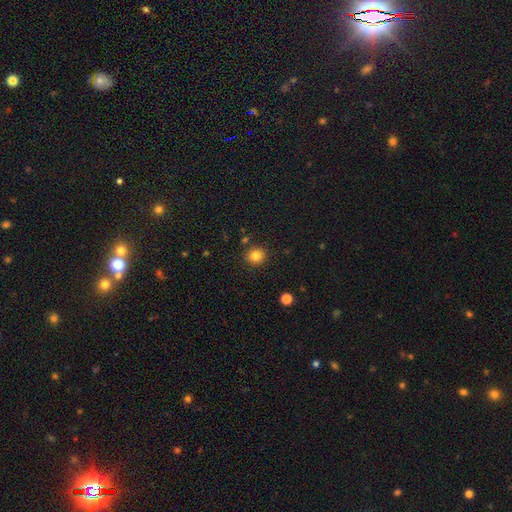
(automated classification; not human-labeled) A smooth galaxy with no disk features (82%) that is round (85%).

Vote fractions:
- Smooth or featured? smooth: 82% / star or artifact: 12% / featured or disk: 6%
- How rounded? round: 85% / in between: 14% / cigar-shaped: 1%
- Merging? none: 89% / minor disturbance: 7% / merger: 3% / major disturbance: 2%